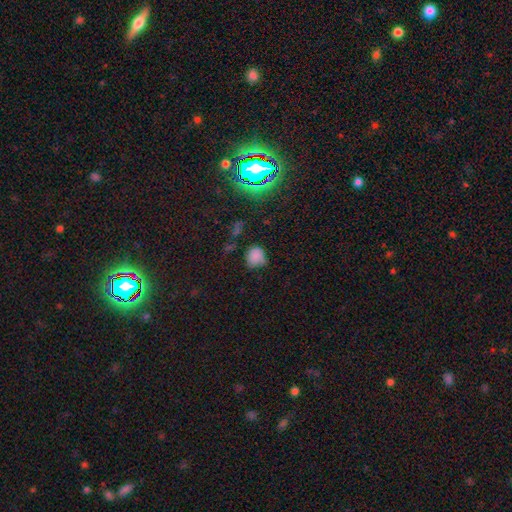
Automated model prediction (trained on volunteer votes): A smooth galaxy with no disk features (75%) that is round (70%).

Vote fractions:
- Smooth or featured? smooth: 75% / star or artifact: 19% / featured or disk: 6%
- How rounded? round: 70% / in between: 28% / cigar-shaped: 1%
- Merging? none: 57% / minor disturbance: 30% / major disturbance: 9% / merger: 4%